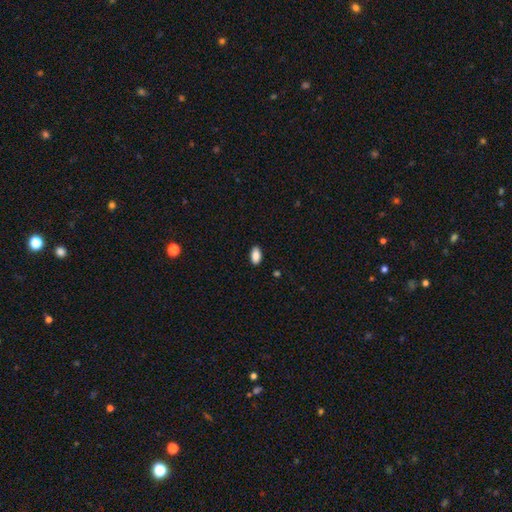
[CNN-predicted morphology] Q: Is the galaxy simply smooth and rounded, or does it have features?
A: smooth — 89%.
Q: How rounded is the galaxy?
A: in between — 93%.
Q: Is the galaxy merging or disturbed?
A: none — 88%.